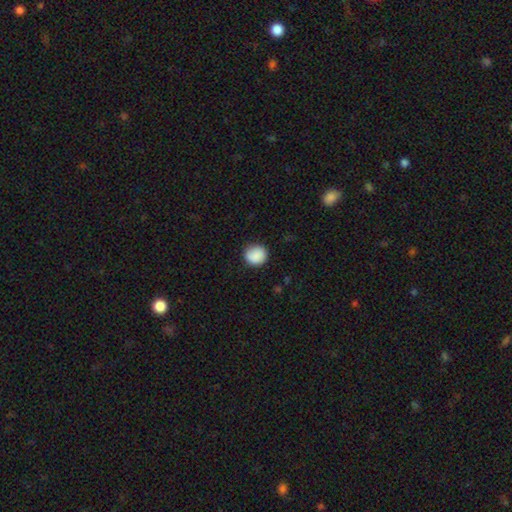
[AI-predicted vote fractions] This appears to be a smooth galaxy with no disk features (89%) that is round (87%). Merging: none (84%).